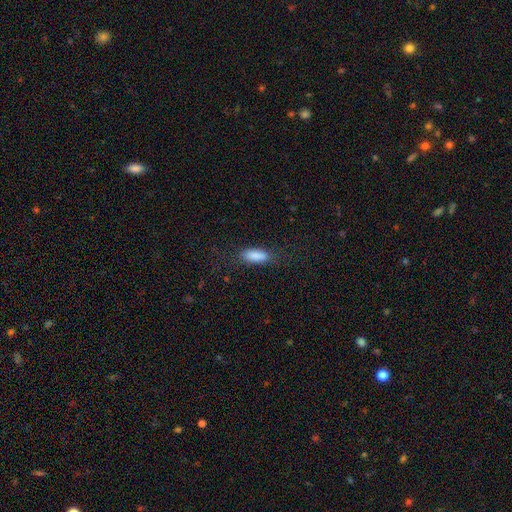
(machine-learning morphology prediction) This is clearly a smooth galaxy (85%). How rounded: likely in between (68%). Merging: likely none (74%).